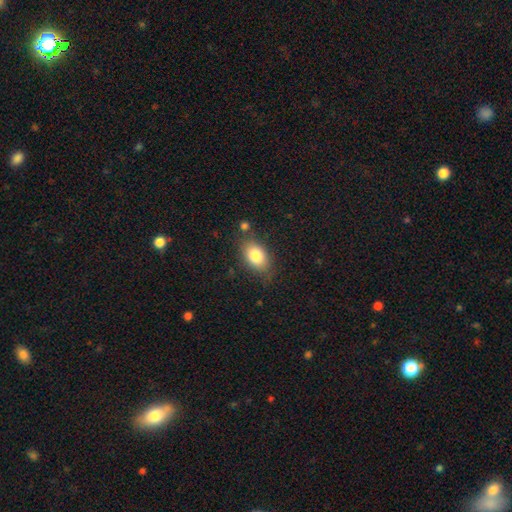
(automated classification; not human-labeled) smooth-or-featured: smooth: 80% | featured or disk: 12% | star or artifact: 8%
  how-rounded: in between: 84% | round: 14% | cigar-shaped: 2%
  merging: none: 74% | minor disturbance: 17% | major disturbance: 4% | merger: 4%